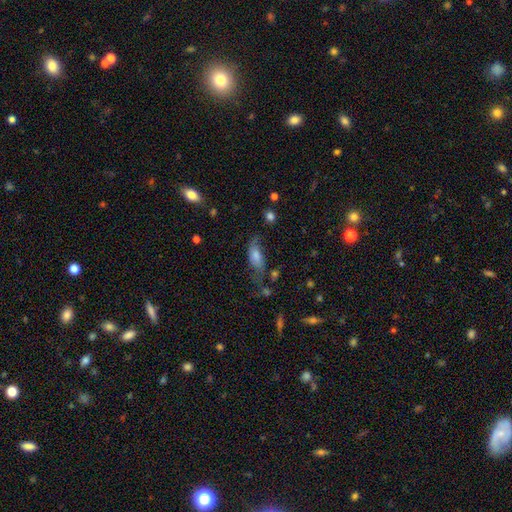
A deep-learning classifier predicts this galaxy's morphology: This is possibly a smooth galaxy (51%). How rounded: likely in between (74%). Merging: possibly none (47%).